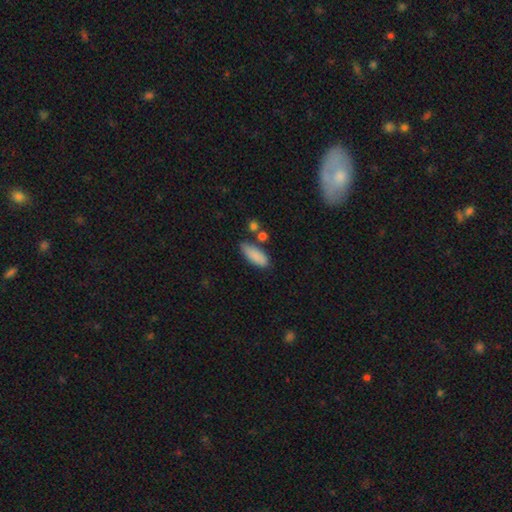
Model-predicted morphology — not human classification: Overall: smooth (86%). How rounded: in between (71%). Merging: none (69%).